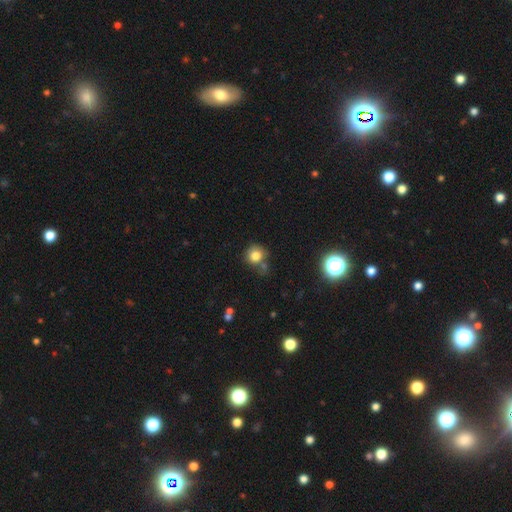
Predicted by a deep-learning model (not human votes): Smooth or featured: smooth — 79% (star or artifact — 13%)
How rounded: round — 86% (in between — 13%)
Merging: none — 62% (minor disturbance — 17%)